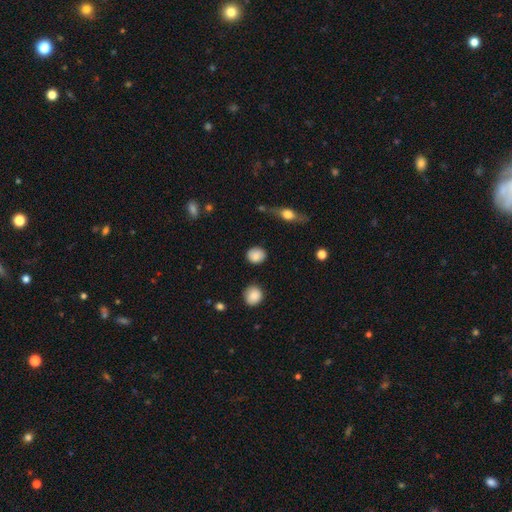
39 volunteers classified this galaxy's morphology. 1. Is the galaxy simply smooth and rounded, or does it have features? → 95% smooth, 3% featured or disk, 3% star or artifact.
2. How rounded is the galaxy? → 76% round, 24% in between, 0% cigar-shaped.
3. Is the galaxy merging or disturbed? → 89% none, 8% minor disturbance, 3% major disturbance, 0% merger.